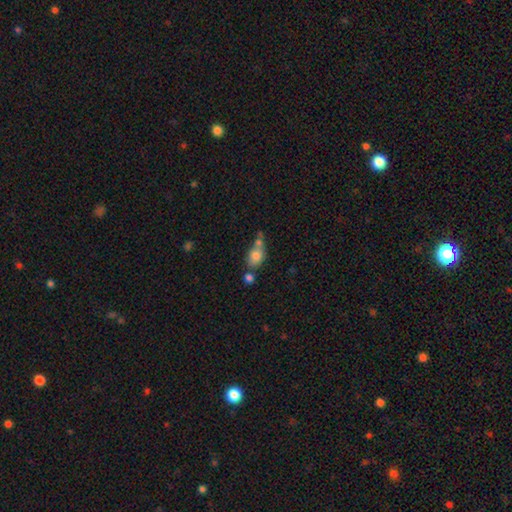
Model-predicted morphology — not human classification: smooth 77%, featured or disk 14%, star or artifact 9%. Down the decision tree: how rounded — in between (75%); merging — none (39%).